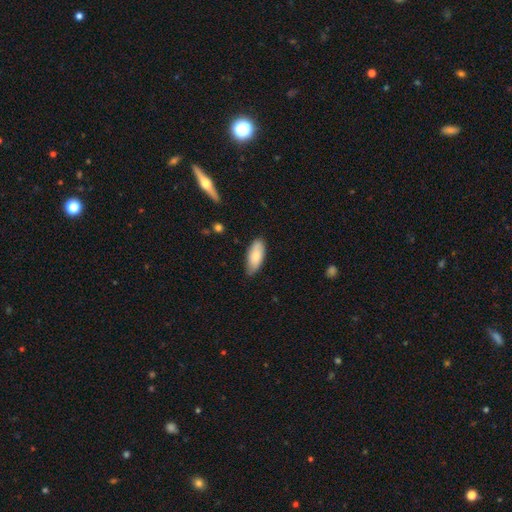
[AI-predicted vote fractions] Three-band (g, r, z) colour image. It shows a smooth galaxy with no disk features (80%) that is in between round and cigar-shaped (85%). Merging: none (77%).